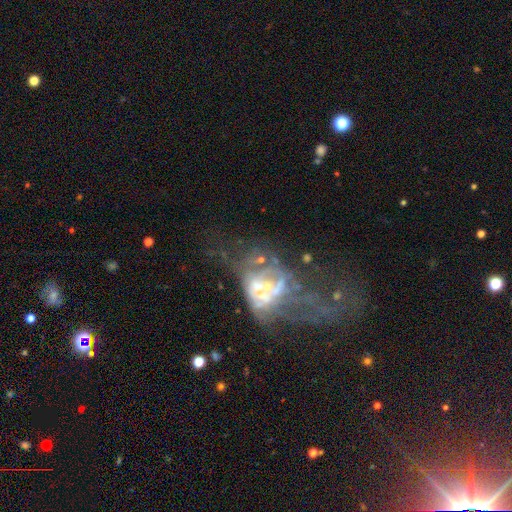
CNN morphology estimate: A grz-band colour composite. It shows a featured or disk galaxy (59%) with no bar (81%), no spiral arms (77%) and a small central bulge (30%, tied with none). Merging: major disturbance (47%).